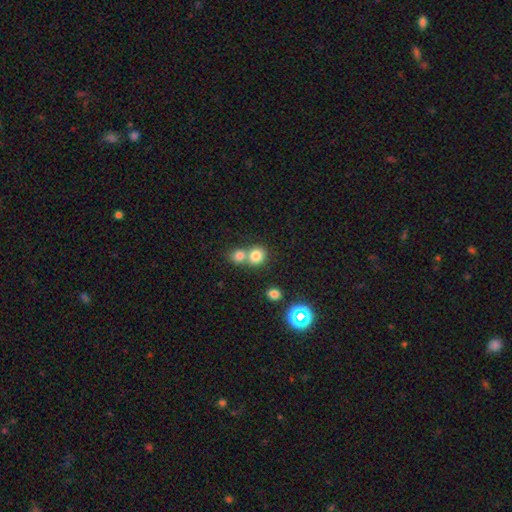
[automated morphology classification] A smooth galaxy with no disk features (79%) that is round (85%). Merging: merger (49%).